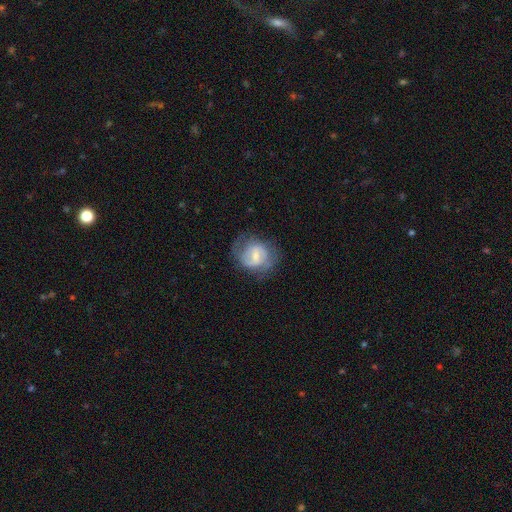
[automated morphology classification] Smooth or featured? featured or disk (66%)
Edge-on disk? no (97%)
Bar? weak (57%)
Spiral arms? yes (80%)
Spiral winding? medium (45%)
Spiral arm count? 2 (65%)
Bulge size? small (52%)
Merging? none (60%)